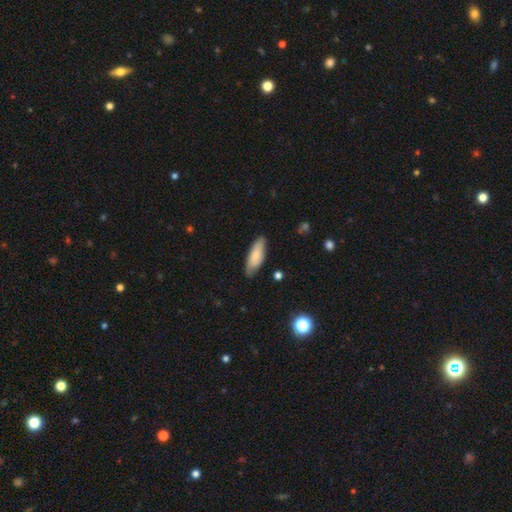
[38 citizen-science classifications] Smooth or featured? smooth (76%)
How rounded? in between (59%)
Merging? none (89%)